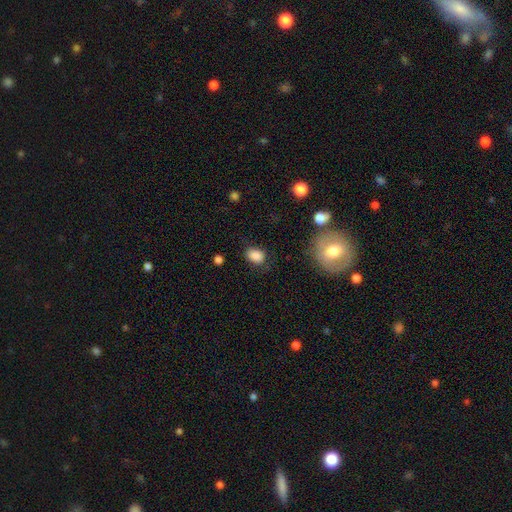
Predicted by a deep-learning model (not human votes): This appears to be a smooth galaxy with no disk features (86%) that is in between round and cigar-shaped (70%). Merging: none (75%).